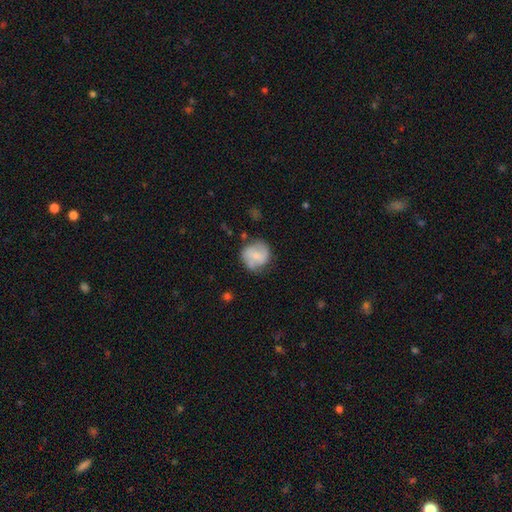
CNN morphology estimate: Overall: smooth (49%; featured or disk 44%). Merging: none (65%).